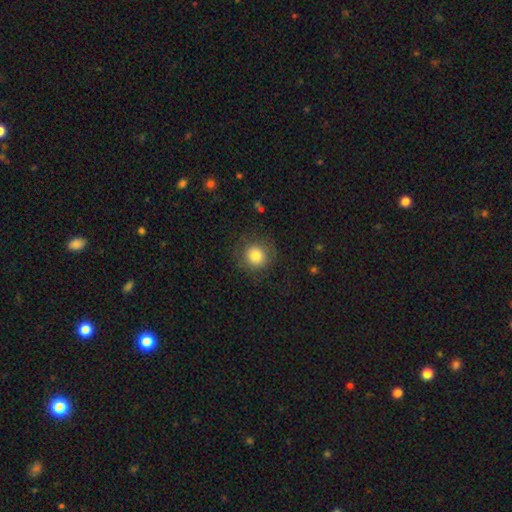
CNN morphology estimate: A smooth galaxy with no disk features (81%) that is round (92%). Merging: none (81%).